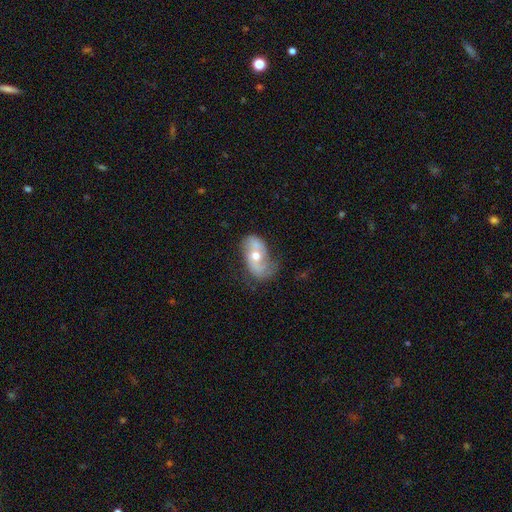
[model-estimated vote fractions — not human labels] Smooth or featured?
  - featured or disk: 67% *
  - smooth: 26%
  - star or artifact: 7%
Edge-on disk?
  - no: 94% *
  - yes: 6%
Bar?
  - no: 64% *
  - weak: 25%
  - strong: 10%
Spiral arms?
  - yes: 78% *
  - no: 22%
Bulge size?
  - moderate: 72% *
  - small: 22%
  - large: 5%
  - none: 1%
  - dominant: 1%
Merging?
  - none: 49% *
  - minor disturbance: 29%
  - major disturbance: 16%
  - merger: 6%